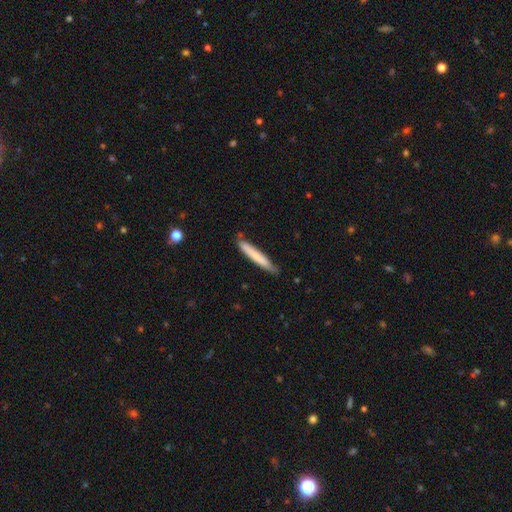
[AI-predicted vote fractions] smooth-or-featured: smooth: 71% | featured or disk: 24% | star or artifact: 6%
  how-rounded: cigar-shaped: 95% | in between: 4% | round: 1%
  merging: none: 77% | minor disturbance: 18% | major disturbance: 2% | merger: 2%